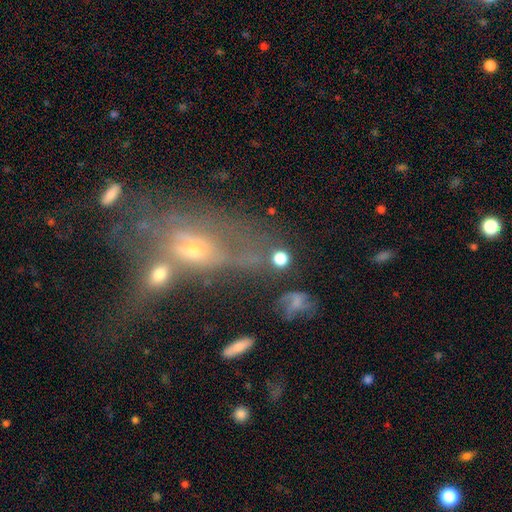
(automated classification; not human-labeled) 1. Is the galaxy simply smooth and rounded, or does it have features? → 41% featured or disk, 37% smooth, 22% star or artifact.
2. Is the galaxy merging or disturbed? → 40% merger, 24% none, 23% major disturbance, 13% minor disturbance.